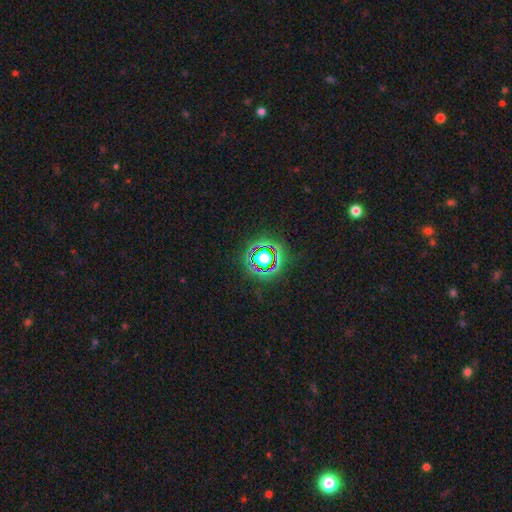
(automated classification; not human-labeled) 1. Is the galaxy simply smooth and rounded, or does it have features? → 76% star or artifact, 15% smooth, 9% featured or disk.